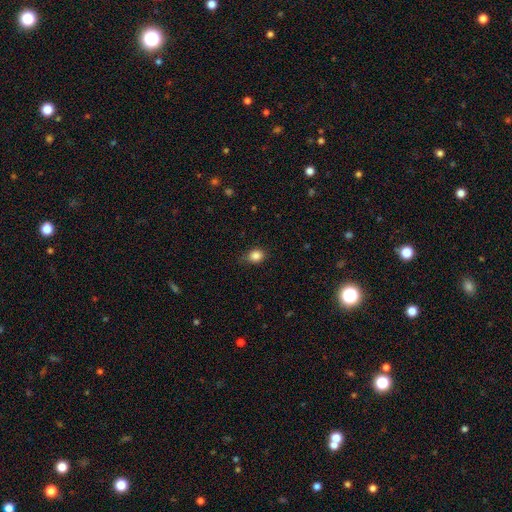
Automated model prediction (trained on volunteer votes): Morphology: type=smooth (85%); roundness=round (56%); merging=none (76%).